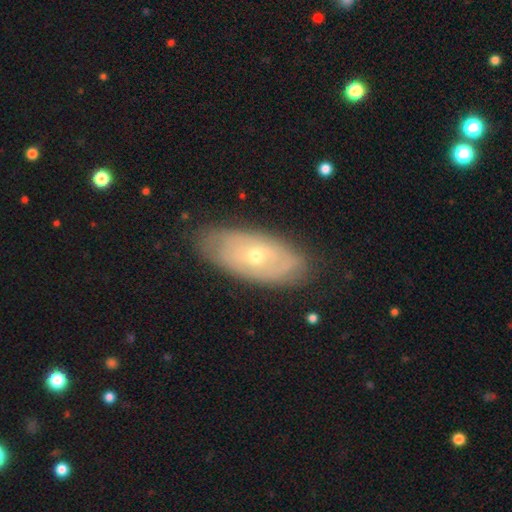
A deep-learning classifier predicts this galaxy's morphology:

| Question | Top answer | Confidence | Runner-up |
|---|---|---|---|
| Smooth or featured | featured or disk | 62% | smooth (31%) |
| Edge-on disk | no | 86% | yes (14%) |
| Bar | no | 80% | weak (16%) |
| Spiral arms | yes | 56% | no (44%) |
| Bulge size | small | 51% | moderate (46%) |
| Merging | none | 80% | minor disturbance (16%) |